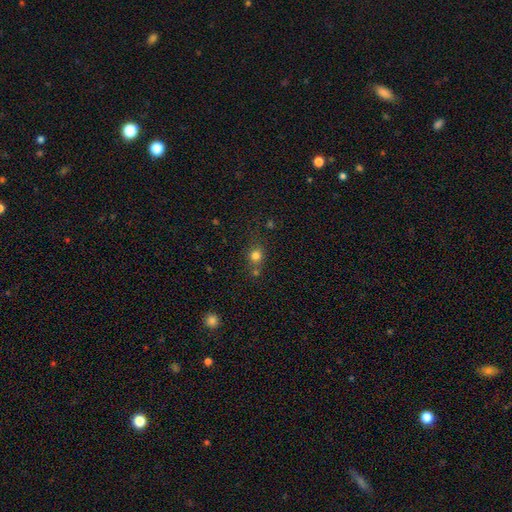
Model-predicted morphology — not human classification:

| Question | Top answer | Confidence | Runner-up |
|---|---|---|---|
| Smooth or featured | smooth | 77% | star or artifact (15%) |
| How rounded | round | 80% | in between (19%) |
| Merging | none | 65% | merger (16%) |